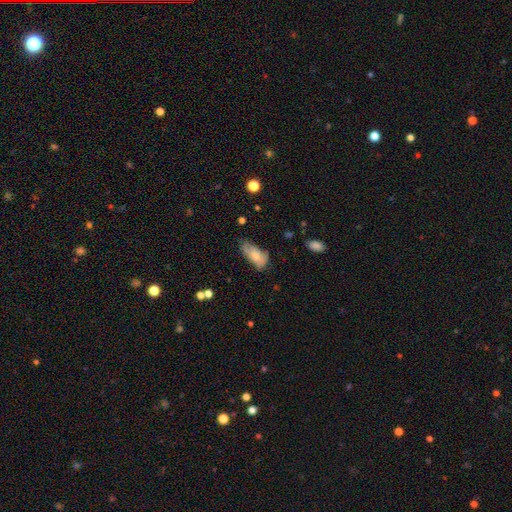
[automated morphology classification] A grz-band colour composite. It shows a smooth galaxy with no disk features (70%) that is in between round and cigar-shaped (90%). Merging: minor disturbance (41%).